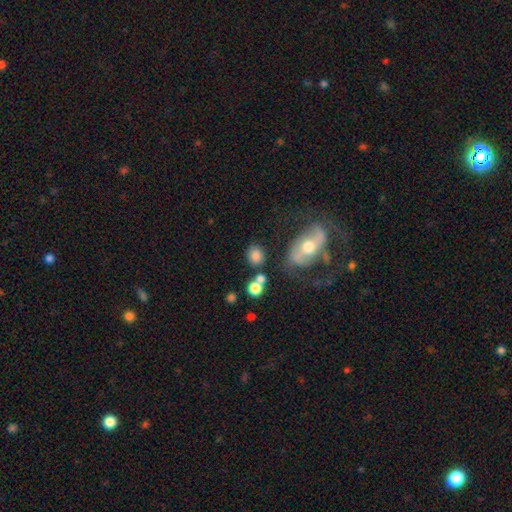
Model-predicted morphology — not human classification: Smooth or featured? smooth (78%)
How rounded? round (63%)
Merging? none (71%)